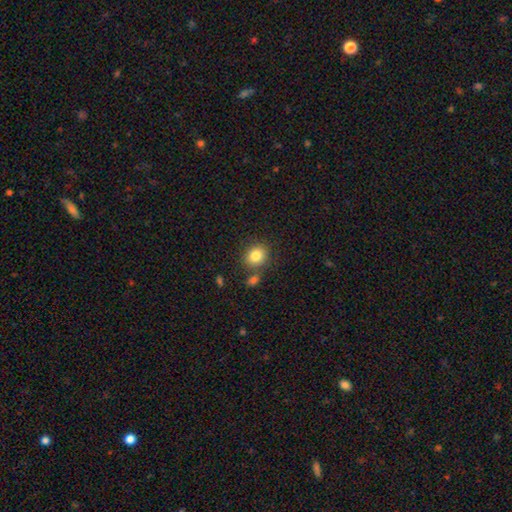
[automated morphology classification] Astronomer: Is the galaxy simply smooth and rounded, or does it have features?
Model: smooth — 83%.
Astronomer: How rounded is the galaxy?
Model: round — 70%.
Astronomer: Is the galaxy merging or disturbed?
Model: none — 73%.